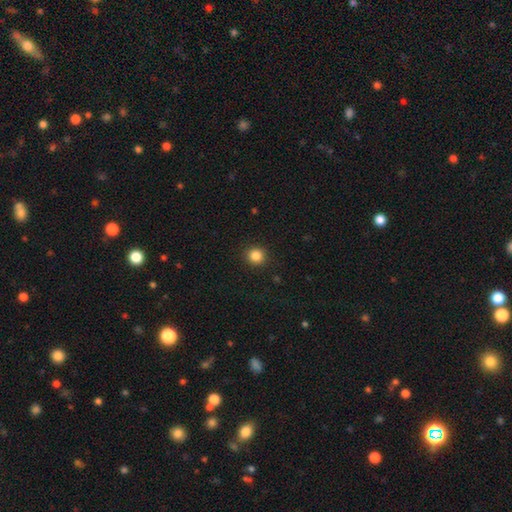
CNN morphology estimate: Smooth or featured?
  - smooth: 85% *
  - star or artifact: 11%
  - featured or disk: 4%
How rounded?
  - round: 92% *
  - in between: 7%
  - cigar-shaped: 1%
Merging?
  - none: 92% *
  - minor disturbance: 5%
  - major disturbance: 2%
  - merger: 1%